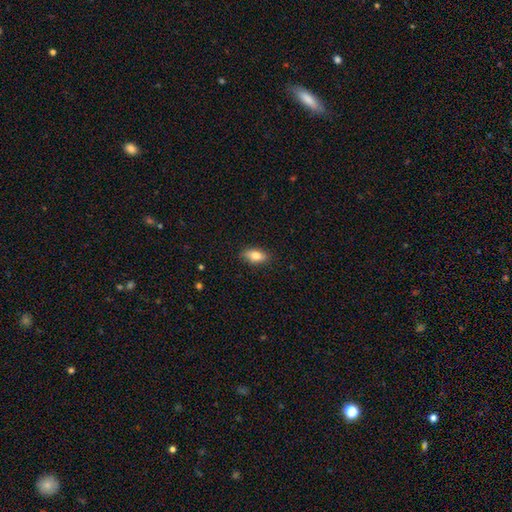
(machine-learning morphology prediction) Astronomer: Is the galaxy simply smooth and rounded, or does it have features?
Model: smooth — 80%.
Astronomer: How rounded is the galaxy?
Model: in between — 86%.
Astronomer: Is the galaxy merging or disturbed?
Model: none — 85%.